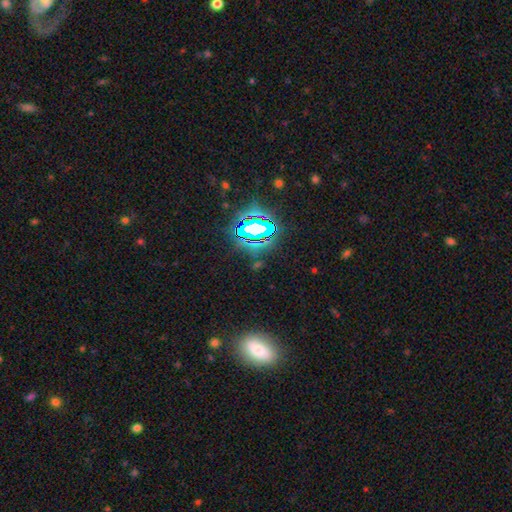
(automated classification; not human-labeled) Smooth or featured? Predicted: star or artifact (p=0.74).